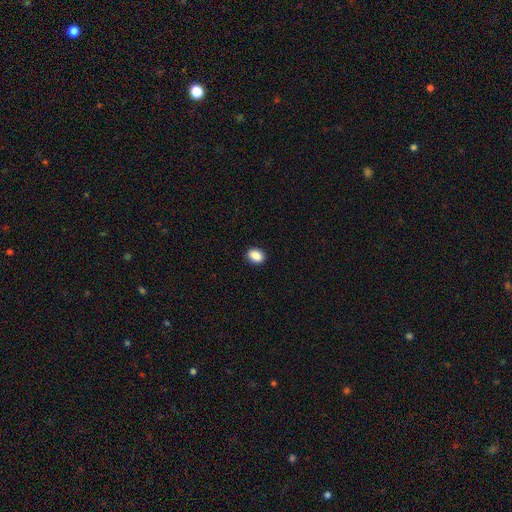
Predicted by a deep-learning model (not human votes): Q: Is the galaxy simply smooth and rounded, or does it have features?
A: smooth — 89%.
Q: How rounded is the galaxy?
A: in between — 73%.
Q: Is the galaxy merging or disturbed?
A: none — 90%.